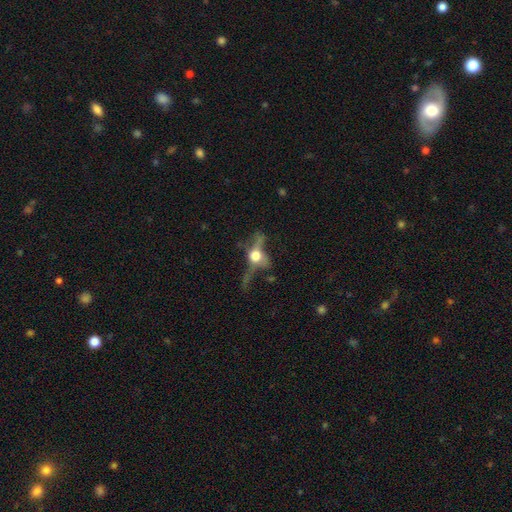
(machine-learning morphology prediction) smooth-or-featured: featured or disk: 56% | smooth: 29% | star or artifact: 15%
  disk-edge-on: yes: 66% | no: 34%
  merging: none: 42% | major disturbance: 34% | minor disturbance: 18% | merger: 7%